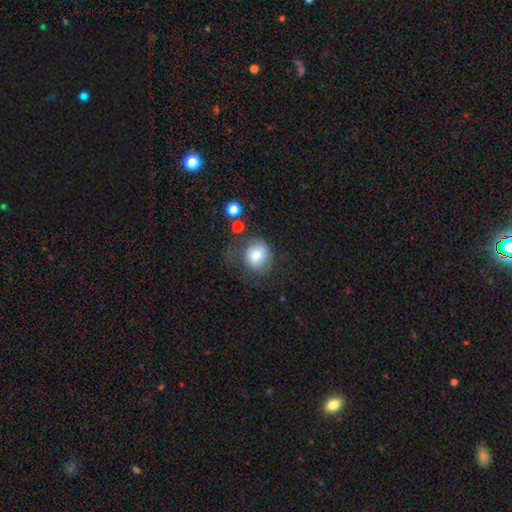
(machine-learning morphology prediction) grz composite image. It shows a smooth galaxy with no disk features (78%) that is round (78%). Merging: none (53%).